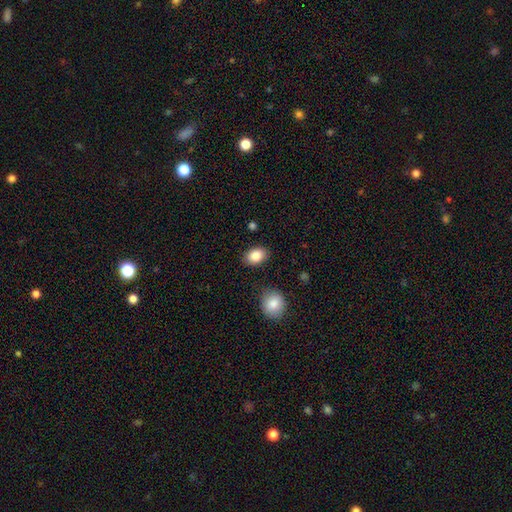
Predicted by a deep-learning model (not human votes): smooth-or-featured: smooth: 86% | star or artifact: 7% | featured or disk: 7%
  how-rounded: in between: 82% | round: 17% | cigar-shaped: 1%
  merging: none: 86% | minor disturbance: 9% | merger: 3% | major disturbance: 3%